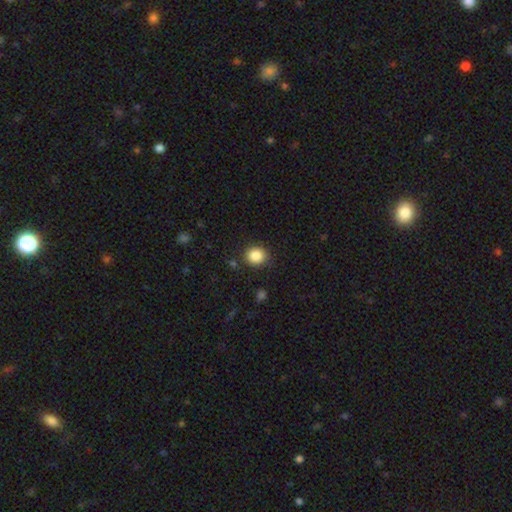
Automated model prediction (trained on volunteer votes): This appears to be a smooth galaxy with no disk features (86%) that is round (82%). Merging: none (84%).